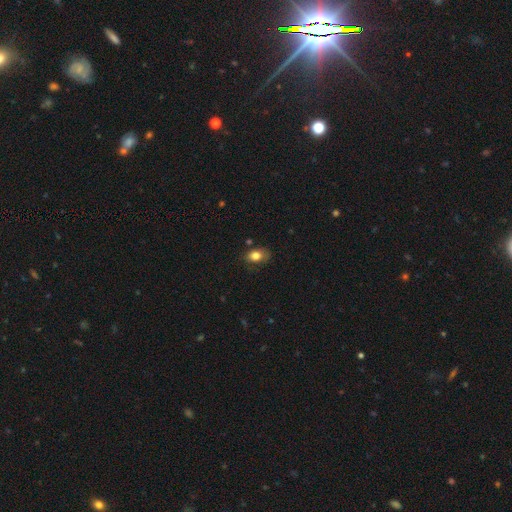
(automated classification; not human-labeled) smooth-or-featured: smooth: 79% | featured or disk: 12% | star or artifact: 9%
  how-rounded: in between: 81% | round: 18% | cigar-shaped: 2%
  merging: none: 69% | minor disturbance: 23% | major disturbance: 6% | merger: 2%